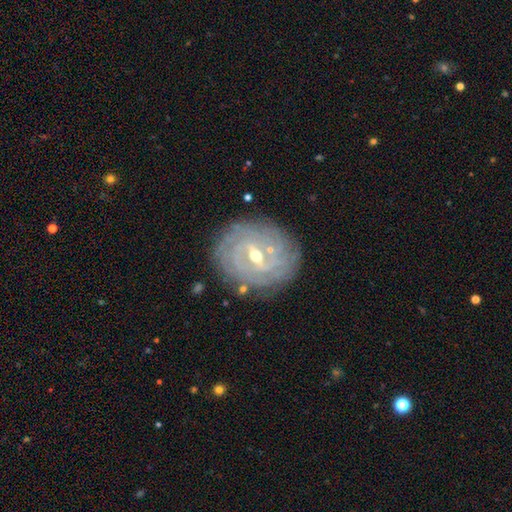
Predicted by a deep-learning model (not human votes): This is clearly a featured or disk galaxy (86%). It is clearly not viewed edge-on (96%). Bar: possibly weak (50%). Spiral arm pattern: clearly yes (95%). Spiral arm count: marginally can't tell (33%). Spiral winding: clearly tight (83%). Central bulge: possibly moderate (53%). Merging: clearly none (83%).